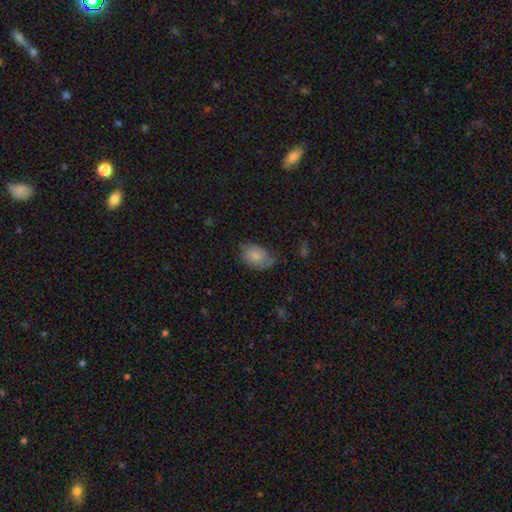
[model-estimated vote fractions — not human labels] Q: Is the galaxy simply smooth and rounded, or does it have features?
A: smooth — 79%.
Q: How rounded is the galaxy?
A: in between — 84%.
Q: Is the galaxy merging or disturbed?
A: none — 58%.